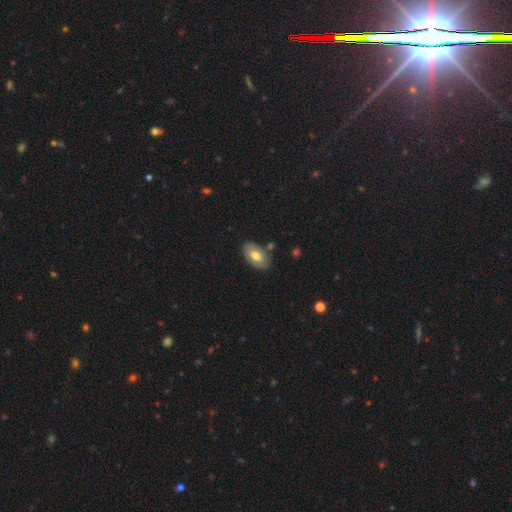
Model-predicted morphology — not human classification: A smooth galaxy with no disk features (60%) that is in between round and cigar-shaped (92%). Merging: none (78%).